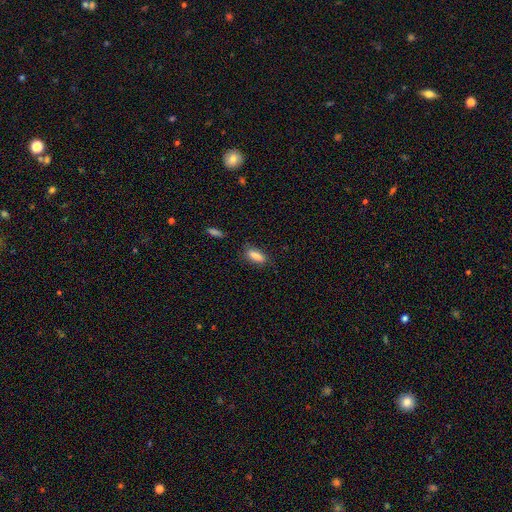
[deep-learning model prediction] smooth-or-featured: smooth: 85% | star or artifact: 8% | featured or disk: 7%
  how-rounded: in between: 66% | cigar-shaped: 31% | round: 3%
  merging: none: 78% | minor disturbance: 16% | major disturbance: 4% | merger: 2%